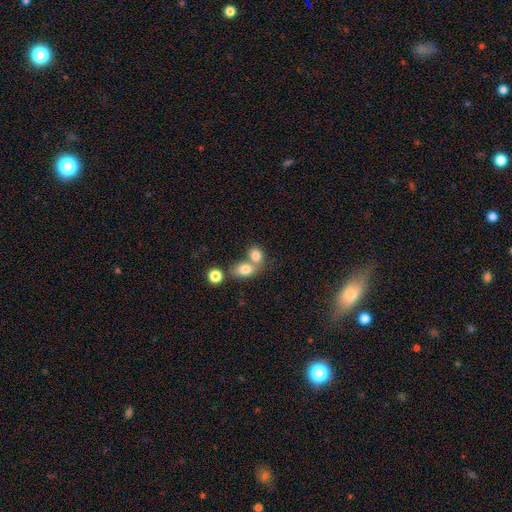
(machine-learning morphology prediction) Q: Smooth or featured?
A: smooth (80%); runner-up: featured or disk (11%)
Q: How rounded?
A: in between (60%); runner-up: round (39%)
Q: Merging?
A: merger (57%); runner-up: none (32%)